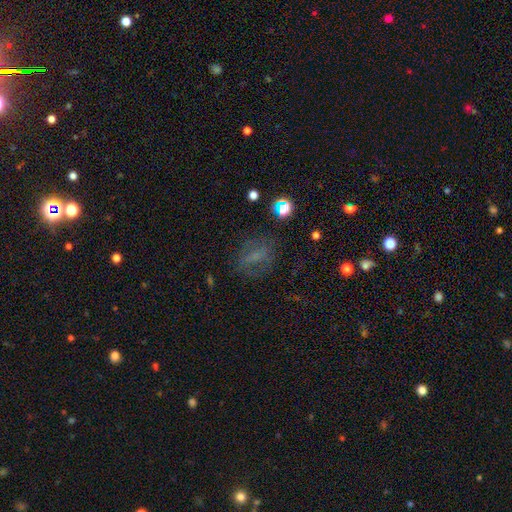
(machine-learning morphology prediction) Q: Smooth or featured?
A: smooth (44%); runner-up: featured or disk (34%)
Q: Merging?
A: none (69%); runner-up: minor disturbance (16%)